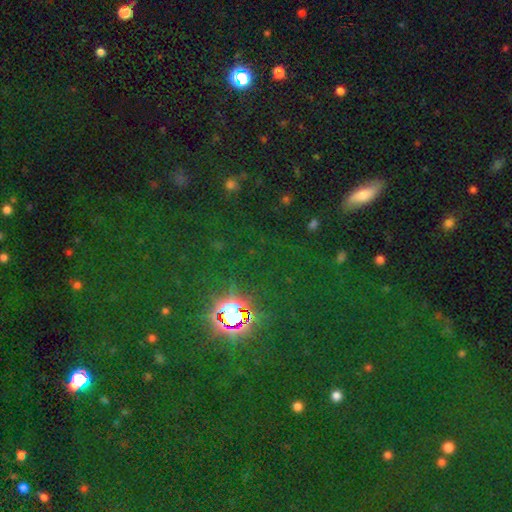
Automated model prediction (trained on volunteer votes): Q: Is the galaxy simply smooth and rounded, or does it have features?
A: star or artifact — 62%.